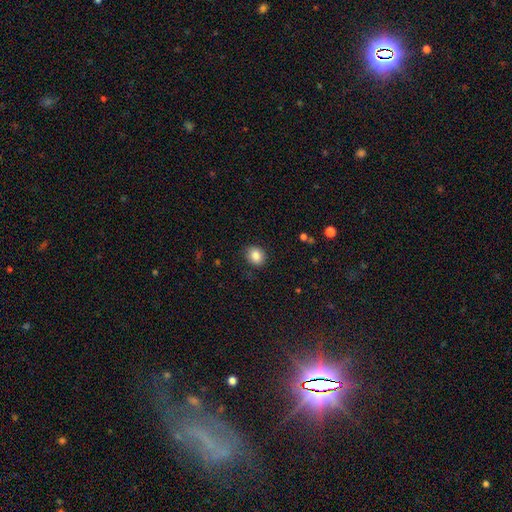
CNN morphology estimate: Smooth or featured? smooth (85%)
How rounded? round (68%)
Merging? none (88%)